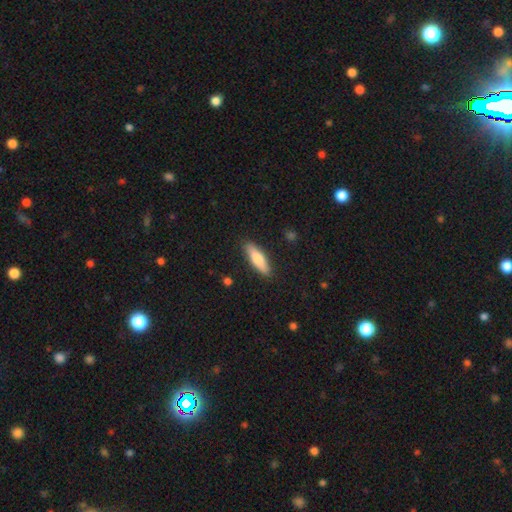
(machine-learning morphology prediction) This appears to be a smooth galaxy with no disk features (74%) that is cigar-shaped (61%). Merging: none (89%).